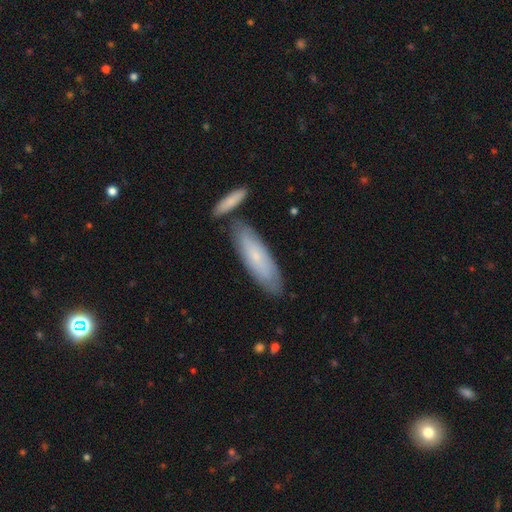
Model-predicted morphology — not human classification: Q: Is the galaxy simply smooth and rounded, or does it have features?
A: smooth — 65%.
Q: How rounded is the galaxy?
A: cigar-shaped — 50%.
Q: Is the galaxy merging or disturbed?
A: none — 70%.